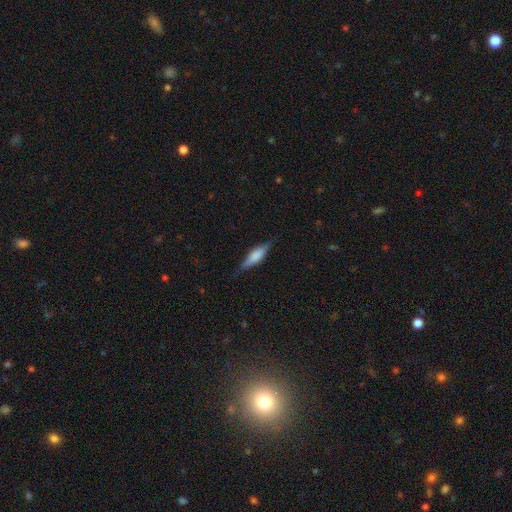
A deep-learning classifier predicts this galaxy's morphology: smooth-or-featured: smooth: 53% | featured or disk: 41% | star or artifact: 7%
  how-rounded: cigar-shaped: 59% | in between: 38% | round: 2%
  merging: none: 81% | minor disturbance: 15% | major disturbance: 3% | merger: 1%